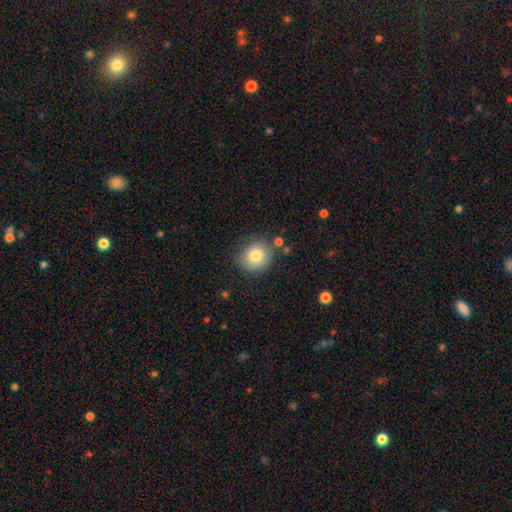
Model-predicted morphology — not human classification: smooth-or-featured: smooth: 77% | featured or disk: 14% | star or artifact: 9%
  how-rounded: round: 82% | in between: 17% | cigar-shaped: 1%
  merging: none: 76% | minor disturbance: 15% | major disturbance: 5% | merger: 4%